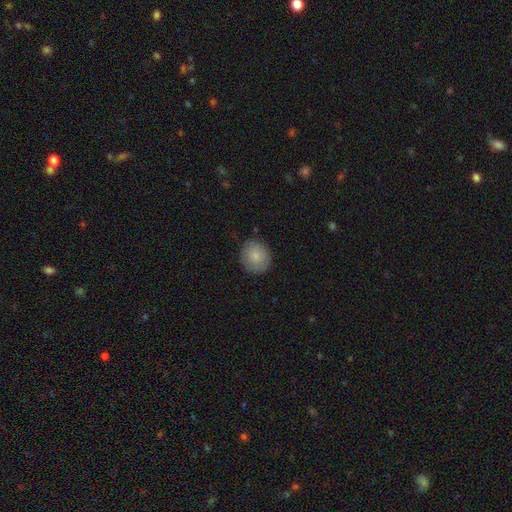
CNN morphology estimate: This is clearly a smooth galaxy (82%). How rounded: likely round (79%). Merging: clearly none (83%).